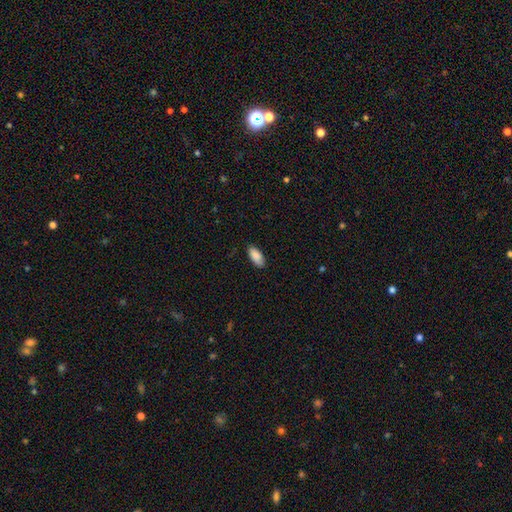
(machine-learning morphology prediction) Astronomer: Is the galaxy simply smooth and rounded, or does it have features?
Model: smooth — 89%.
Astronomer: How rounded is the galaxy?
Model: in between — 88%.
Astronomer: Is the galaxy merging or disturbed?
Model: none — 83%.